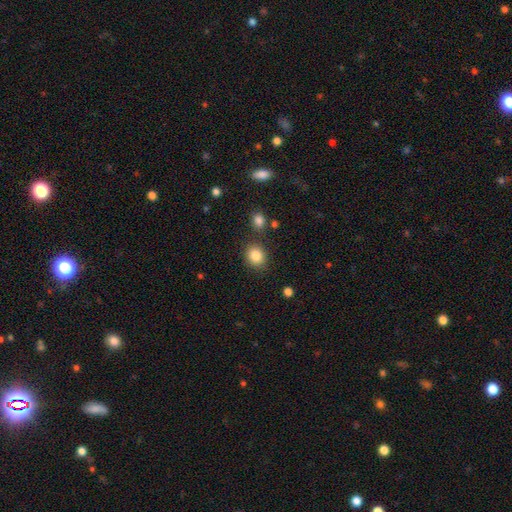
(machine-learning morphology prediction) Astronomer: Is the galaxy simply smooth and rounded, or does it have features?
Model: smooth — 84%.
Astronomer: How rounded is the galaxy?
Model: round — 74%.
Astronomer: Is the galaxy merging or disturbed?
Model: none — 84%.